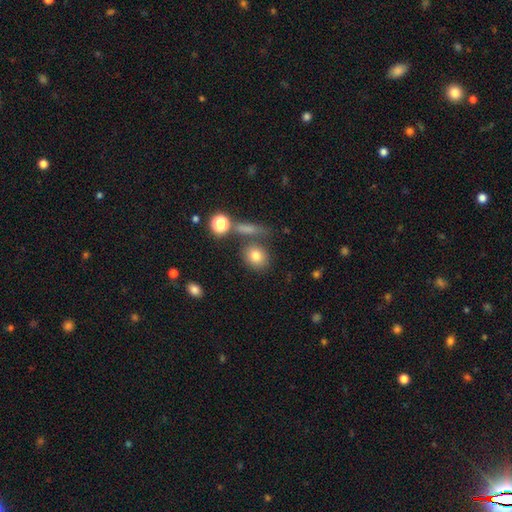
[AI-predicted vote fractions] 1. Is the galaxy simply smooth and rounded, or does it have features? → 78% smooth, 12% star or artifact, 10% featured or disk.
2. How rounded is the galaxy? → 66% round, 31% in between, 3% cigar-shaped.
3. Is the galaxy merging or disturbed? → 68% none, 15% merger, 12% minor disturbance, 5% major disturbance.